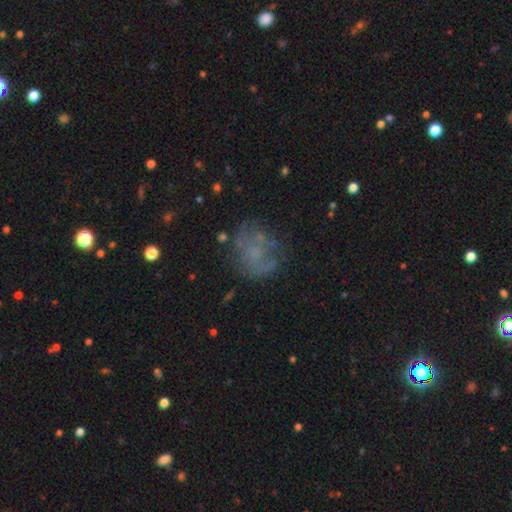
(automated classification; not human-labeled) This appears to be a smooth galaxy with no disk features (40%). Merging: none (55%).